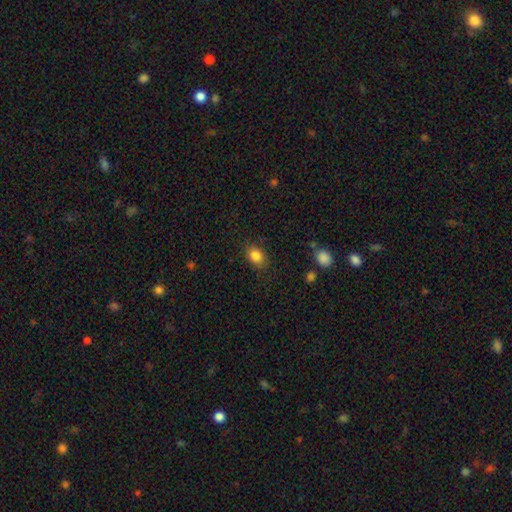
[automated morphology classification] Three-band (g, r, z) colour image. It shows a smooth galaxy with no disk features (85%) that is in between round and cigar-shaped (70%). Merging: none (82%).